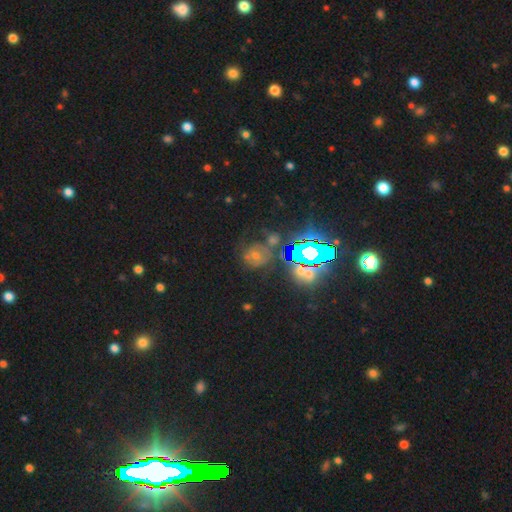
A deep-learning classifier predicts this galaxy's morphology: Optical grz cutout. It shows a star or artifact, not a galaxy (58%).